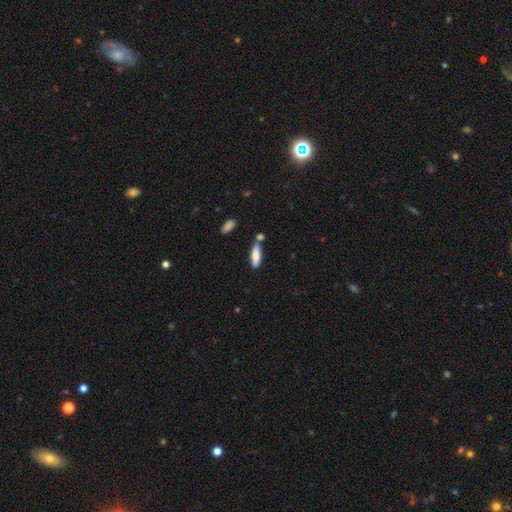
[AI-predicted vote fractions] A smooth galaxy with no disk features (76%) that is in between round and cigar-shaped (53%). Merging: none (69%).